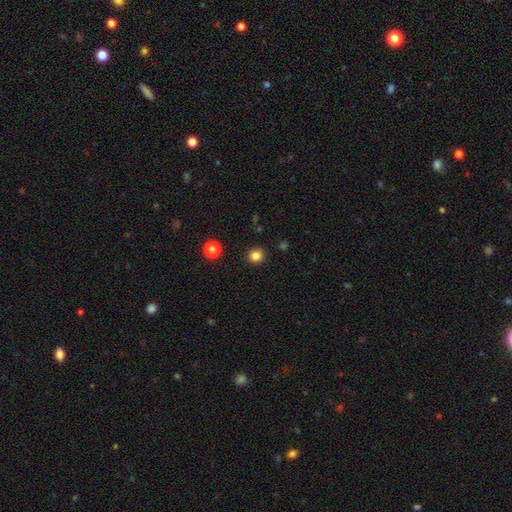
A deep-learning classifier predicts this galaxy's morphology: type=smooth (83%); roundness=round (90%); merging=none (90%).